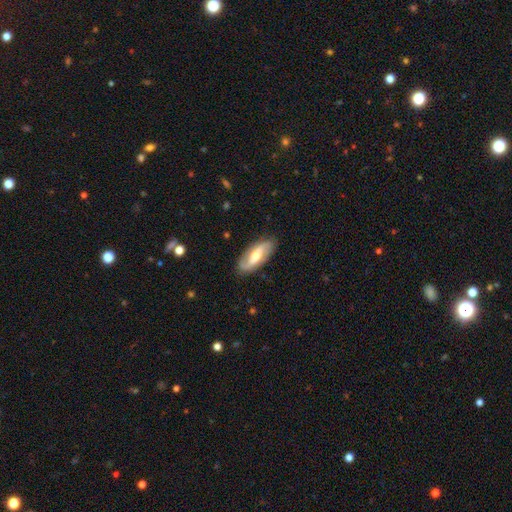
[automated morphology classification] Smooth or featured: featured or disk — 74% (smooth — 21%)
Edge-on disk: no — 88% (yes — 12%)
Bar: strong — 39% (weak — 38%)
Spiral arms: yes — 87% (no — 13%)
Spiral winding: loose — 58% (medium — 27%)
Spiral arm count: 2 — 90% (can't tell — 5%)
Bulge size: moderate — 62% (small — 30%)
Merging: none — 86% (minor disturbance — 10%)